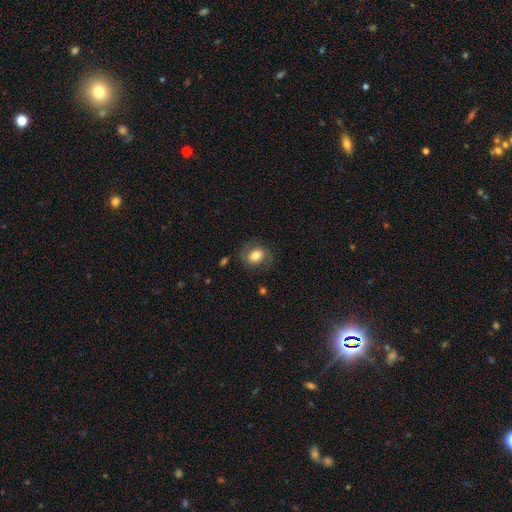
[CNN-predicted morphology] Smooth or featured?
  - smooth: 60% *
  - featured or disk: 31%
  - star or artifact: 8%
How rounded?
  - round: 52% *
  - in between: 47%
  - cigar-shaped: 1%
Merging?
  - none: 73% *
  - minor disturbance: 17%
  - major disturbance: 9%
  - merger: 2%